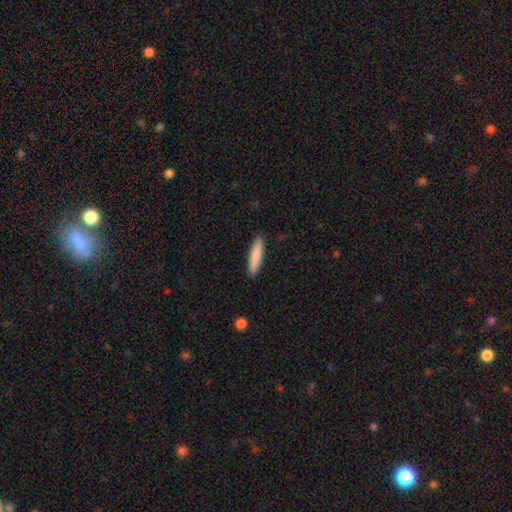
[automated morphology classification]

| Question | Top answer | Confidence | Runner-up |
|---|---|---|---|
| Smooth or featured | smooth | 84% | featured or disk (11%) |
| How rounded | cigar-shaped | 85% | in between (13%) |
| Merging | none | 90% | minor disturbance (7%) |